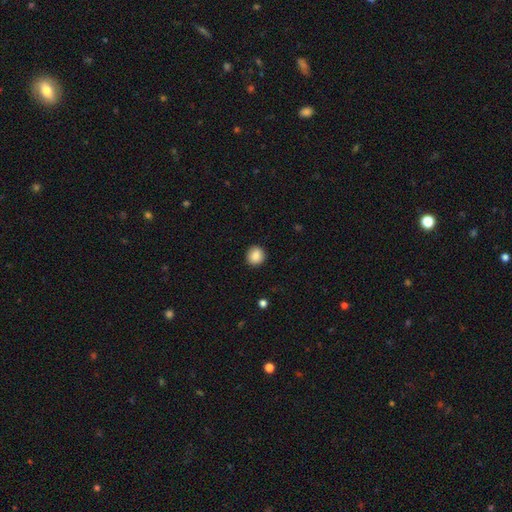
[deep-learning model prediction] Overall: smooth (87%). How rounded: round (90%). Merging: none (91%).